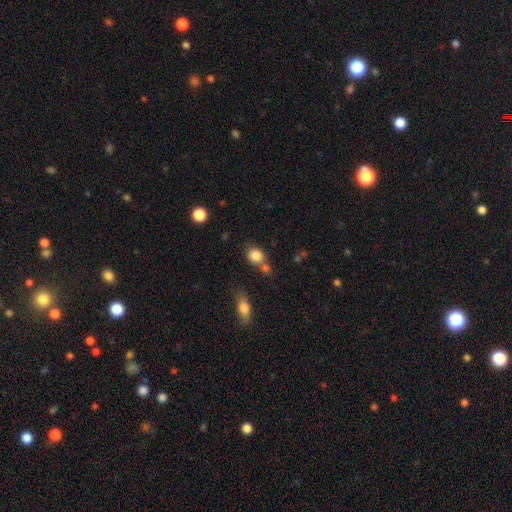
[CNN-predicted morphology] A smooth galaxy with no disk features (84%) that is round (54%). Merging: none (54%).